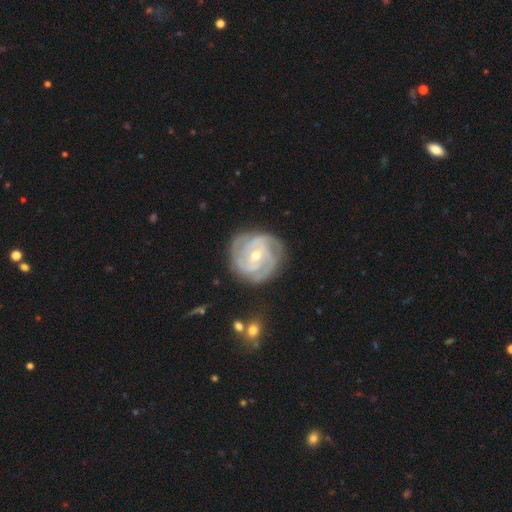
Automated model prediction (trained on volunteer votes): Overall: featured or disk (90%). Edge-on disk: no (98%). Bar: no (46%; weak 39%). Spiral arms: yes (98%). Spiral arm count: 3 (42%; 4 22%). Spiral winding: tight (74%). Bulge size: small (50%; moderate 47%). Merging: none (80%).